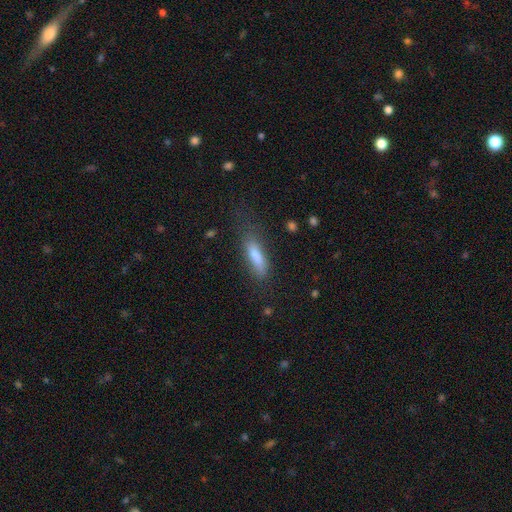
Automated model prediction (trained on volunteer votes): smooth_or_featured: smooth (p=0.76) [alt: featured or disk p=0.16]
how_rounded: cigar-shaped (p=0.60) [alt: in between p=0.38]
merging: none (p=0.60) [alt: minor disturbance p=0.24]